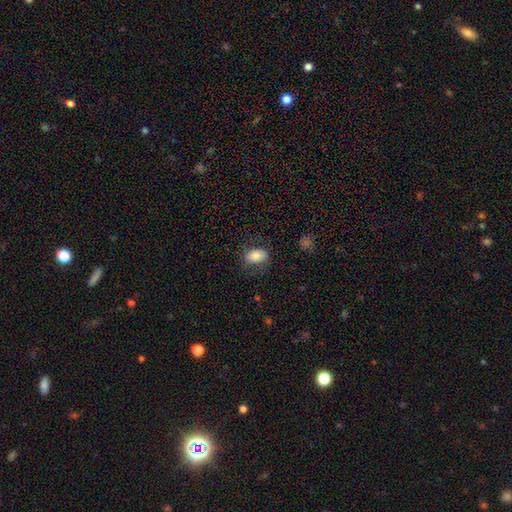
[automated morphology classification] This is likely a smooth galaxy (77%). How rounded: clearly in between (89%). Merging: likely none (76%).